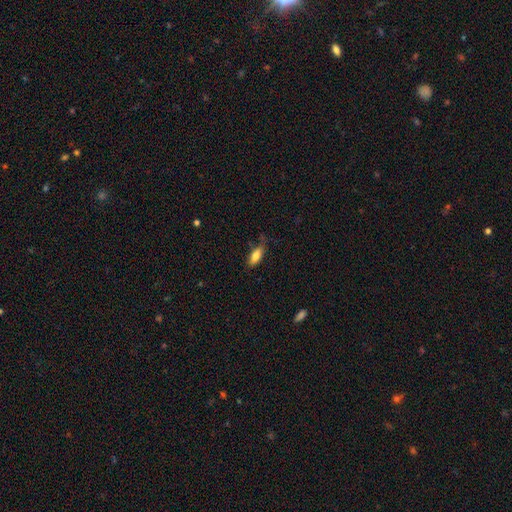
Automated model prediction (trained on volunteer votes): This is clearly a smooth galaxy (80%). How rounded: likely in between (75%). Merging: likely none (69%).